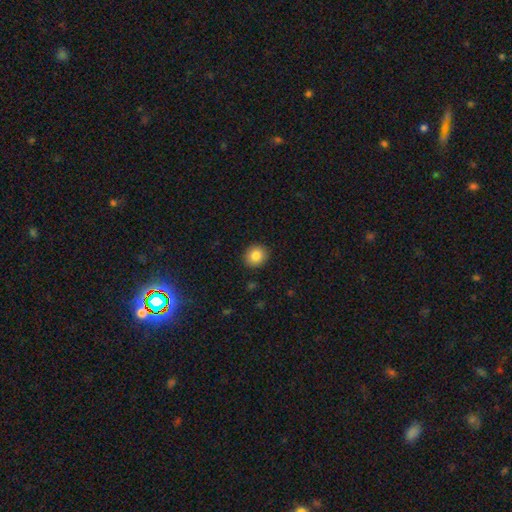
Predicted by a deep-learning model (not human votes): A smooth galaxy with no disk features (84%) that is round (80%).

Vote fractions:
- Smooth or featured? smooth: 84% / star or artifact: 9% / featured or disk: 7%
- How rounded? round: 80% / in between: 19% / cigar-shaped: 1%
- Merging? none: 91% / minor disturbance: 6% / major disturbance: 2% / merger: 1%